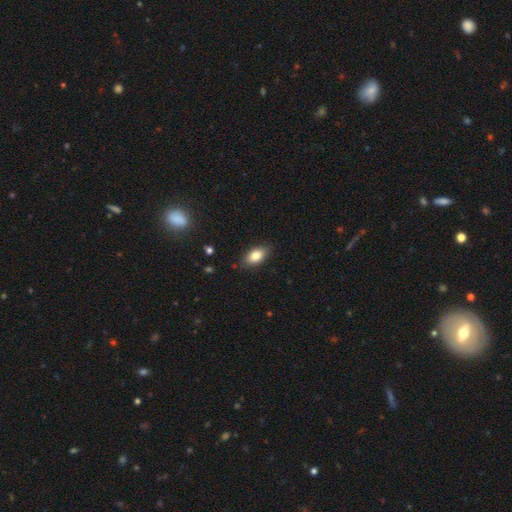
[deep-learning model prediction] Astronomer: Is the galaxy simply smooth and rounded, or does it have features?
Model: smooth — 82%.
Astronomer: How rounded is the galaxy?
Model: in between — 91%.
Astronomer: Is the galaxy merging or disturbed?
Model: none — 85%.